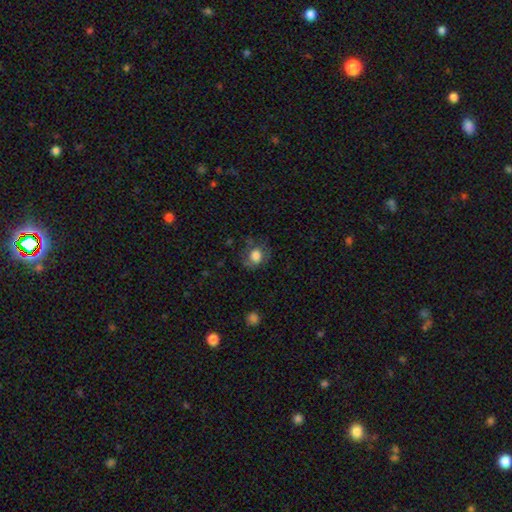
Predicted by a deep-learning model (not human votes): Overall: smooth (74%). How rounded: round (62%; in between 37%). Merging: none (59%; minor disturbance 25%).